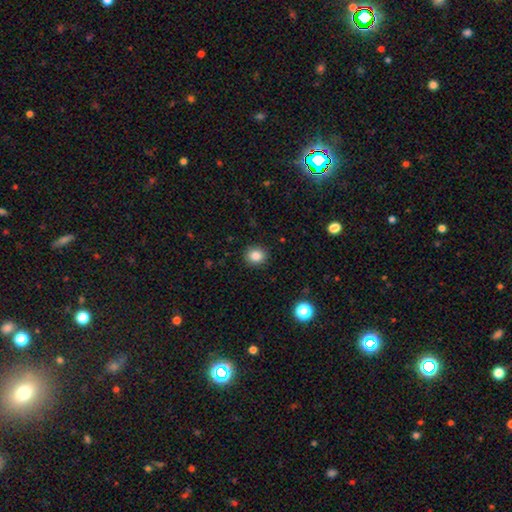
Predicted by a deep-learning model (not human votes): This is clearly a smooth galaxy (85%). How rounded: likely round (77%). Merging: clearly none (90%).